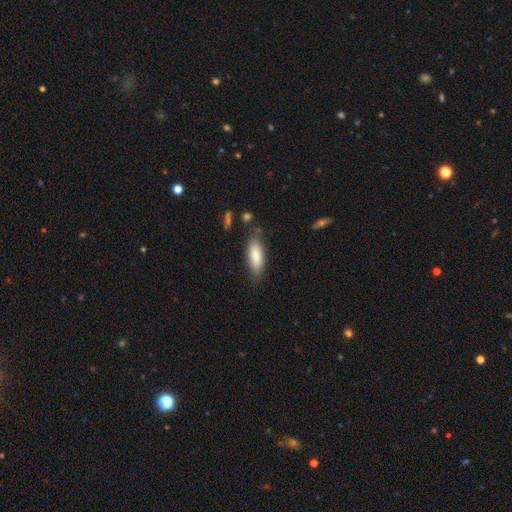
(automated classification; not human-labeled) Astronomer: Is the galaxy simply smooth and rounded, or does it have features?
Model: smooth — 81%.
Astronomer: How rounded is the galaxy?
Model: in between — 68%.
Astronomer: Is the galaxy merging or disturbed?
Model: none — 75%.